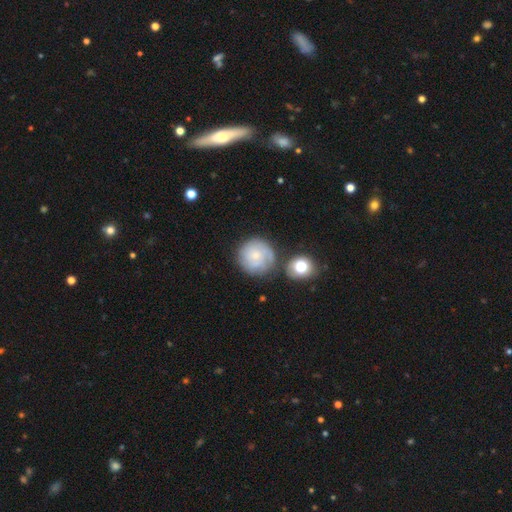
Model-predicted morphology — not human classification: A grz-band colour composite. It shows a smooth galaxy with no disk features (54%) that is round (93%). Merging: none (60%).